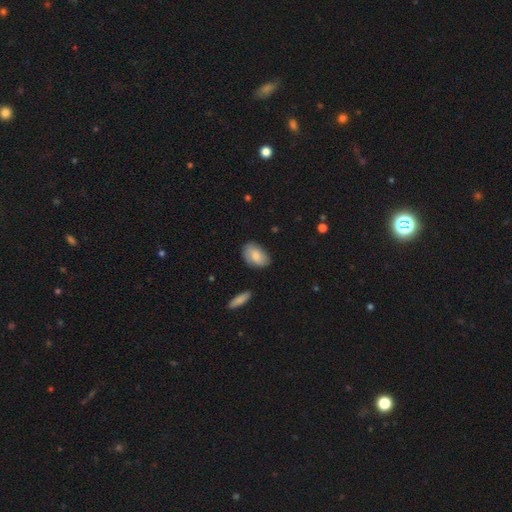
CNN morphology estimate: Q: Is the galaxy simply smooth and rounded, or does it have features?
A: smooth — 77%.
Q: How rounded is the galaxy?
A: in between — 89%.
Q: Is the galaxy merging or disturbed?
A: none — 74%.